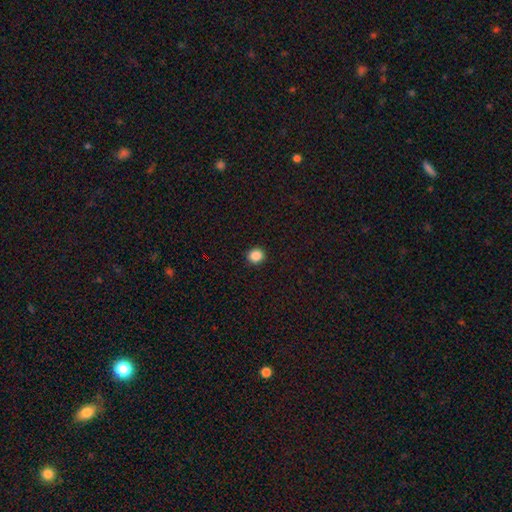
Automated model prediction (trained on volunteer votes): A smooth galaxy with no disk features (87%) that is round (86%).

Vote fractions:
- Smooth or featured? smooth: 87% / star or artifact: 11% / featured or disk: 3%
- How rounded? round: 86% / in between: 13% / cigar-shaped: 1%
- Merging? none: 92% / minor disturbance: 5% / major disturbance: 2% / merger: 1%